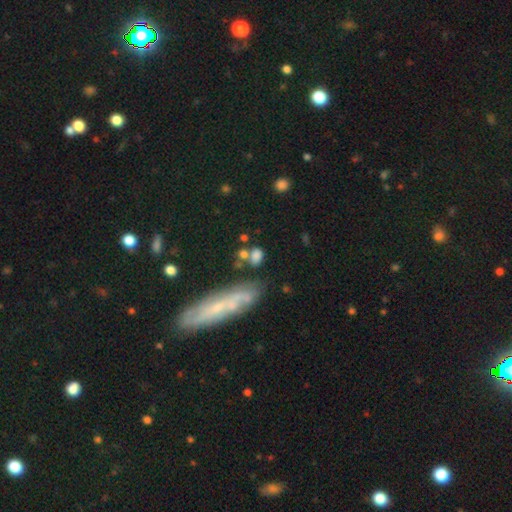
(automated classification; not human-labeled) Morphology: type=smooth (73%); roundness=in between (63%); merging=none (49%).